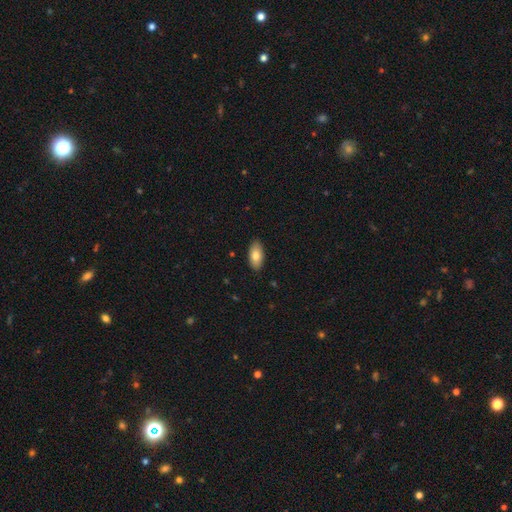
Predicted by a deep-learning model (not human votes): Smooth or featured? Predicted: smooth (p=0.79). How rounded? Predicted: in between (p=0.93). Merging? Predicted: none (p=0.88).